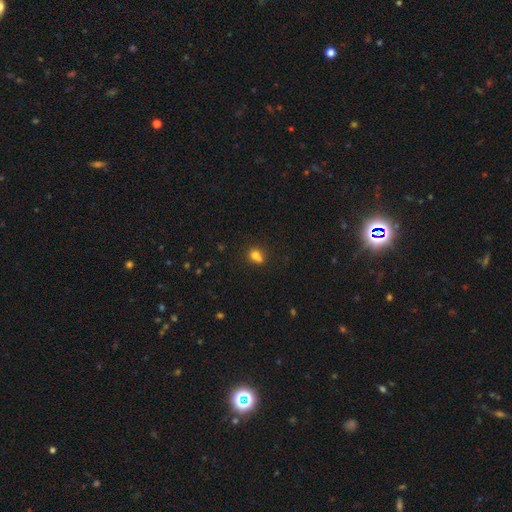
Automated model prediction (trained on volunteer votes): A smooth galaxy with no disk features (74%) that is round (60%).

Vote fractions:
- Smooth or featured? smooth: 74% / star or artifact: 14% / featured or disk: 12%
- How rounded? round: 60% / in between: 38% / cigar-shaped: 2%
- Merging? none: 45% / merger: 33% / minor disturbance: 16% / major disturbance: 6%